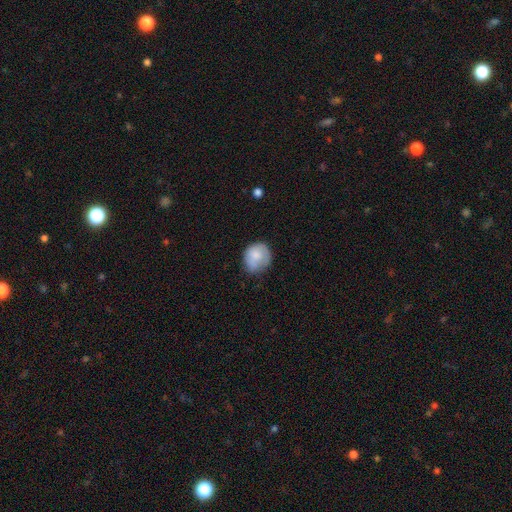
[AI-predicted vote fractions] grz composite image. It shows a smooth galaxy with no disk features (79%) that is round (70%). Merging: none (55%).